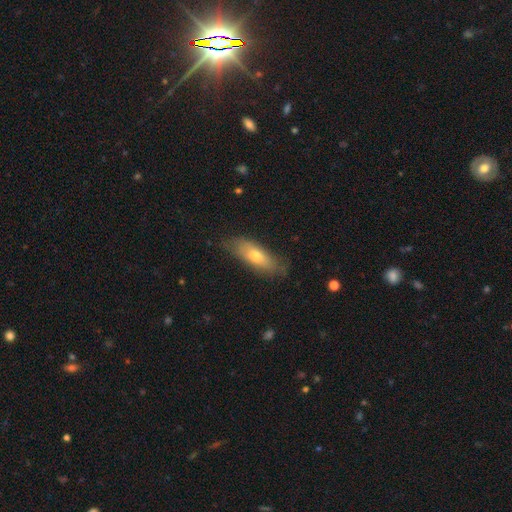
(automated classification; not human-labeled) This is likely a smooth galaxy (65%). How rounded: possibly in between (58%). Merging: likely none (77%).